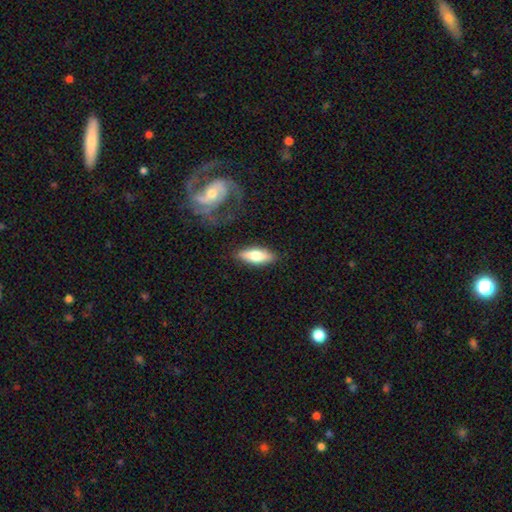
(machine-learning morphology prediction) smooth_or_featured: smooth (p=0.61) [alt: featured or disk p=0.33]
how_rounded: in between (p=0.57) [alt: cigar-shaped p=0.41]
merging: none (p=0.84) [alt: minor disturbance p=0.11]